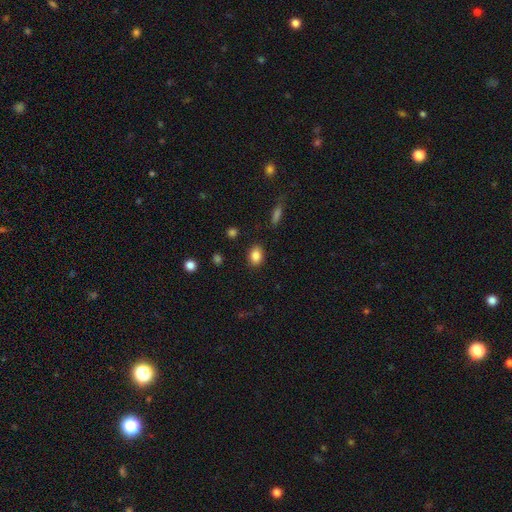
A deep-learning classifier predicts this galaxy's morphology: Smooth or featured?
  - smooth: 85% *
  - star or artifact: 9%
  - featured or disk: 6%
How rounded?
  - in between: 70% *
  - round: 28%
  - cigar-shaped: 2%
Merging?
  - none: 86% *
  - minor disturbance: 10%
  - major disturbance: 3%
  - merger: 2%